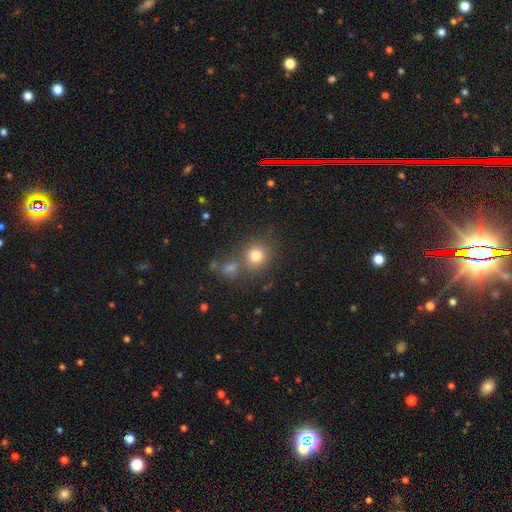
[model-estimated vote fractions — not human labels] The model was most divided on "merging": none: 66%, merger: 19%, minor disturbance: 10%, major disturbance: 4%. More confident: how rounded — round (85%); smooth or featured — smooth (78%).